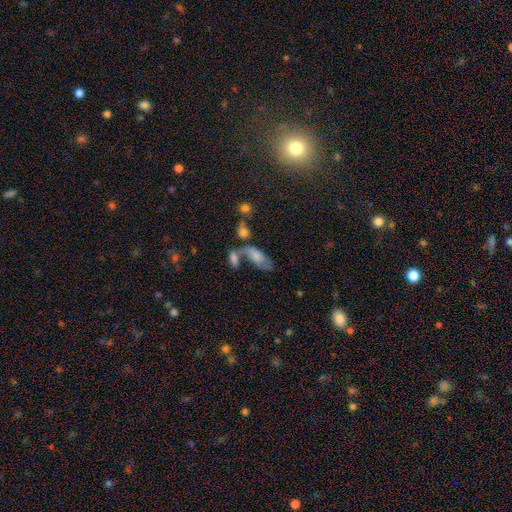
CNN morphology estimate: A smooth galaxy with no disk features (54%) that is in between round and cigar-shaped (81%). Merging: merger (38%).